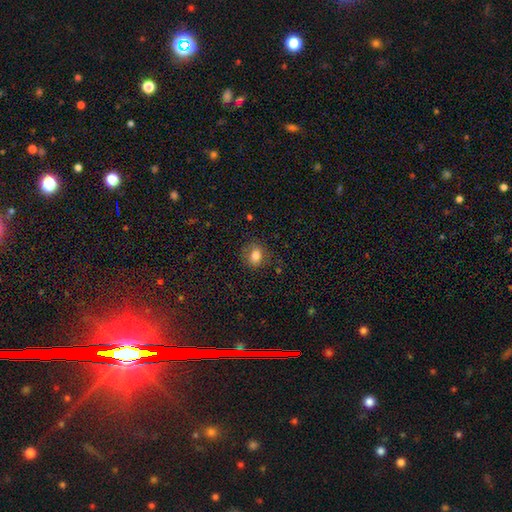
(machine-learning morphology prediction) This appears to be a smooth galaxy with no disk features (80%) that is round (56%). Merging: none (79%).